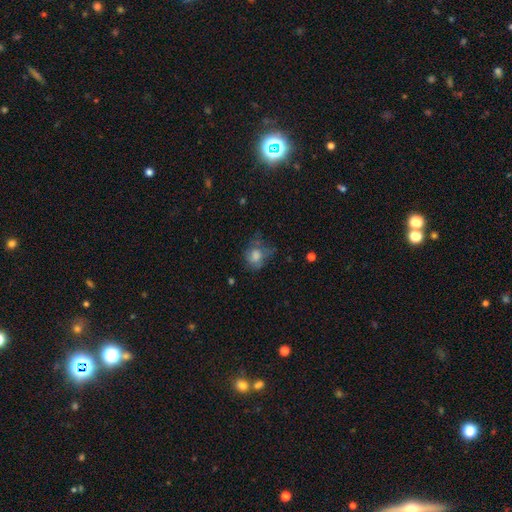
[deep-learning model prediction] Smooth or featured?
  - smooth: 59% *
  - featured or disk: 25%
  - star or artifact: 16%
How rounded?
  - round: 59% *
  - in between: 39%
  - cigar-shaped: 1%
Merging?
  - none: 42% *
  - major disturbance: 28%
  - minor disturbance: 26%
  - merger: 3%